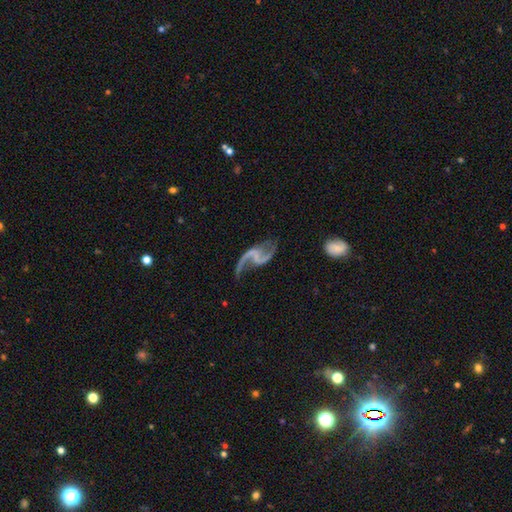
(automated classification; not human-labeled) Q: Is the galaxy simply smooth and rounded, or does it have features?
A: featured or disk — 91%.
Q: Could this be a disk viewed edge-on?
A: no — 98%.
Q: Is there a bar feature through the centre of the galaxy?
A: weak — 41%.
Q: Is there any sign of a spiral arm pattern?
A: yes — 96%.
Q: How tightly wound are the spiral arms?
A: loose — 85%.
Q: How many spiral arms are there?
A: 2 — 93%.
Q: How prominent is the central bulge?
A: none — 65%.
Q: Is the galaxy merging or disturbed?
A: none — 65%.